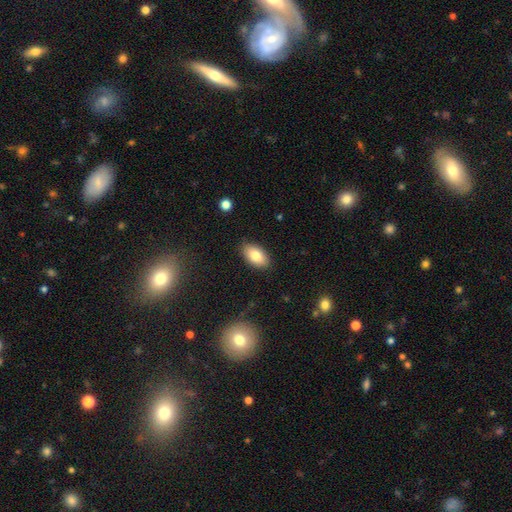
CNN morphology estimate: The model was most divided on "smooth or featured": smooth: 80%, featured or disk: 13%, star or artifact: 7%. More confident: how rounded — in between (94%); merging — none (86%).